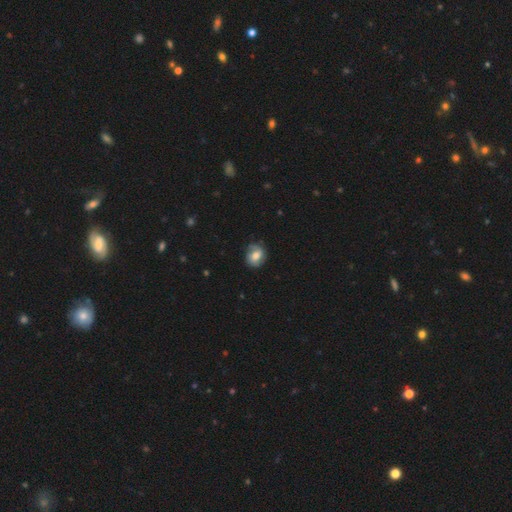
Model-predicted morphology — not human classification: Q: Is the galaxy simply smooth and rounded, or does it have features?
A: smooth — 55%.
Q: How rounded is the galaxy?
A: round — 62%.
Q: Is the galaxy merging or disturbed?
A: none — 76%.